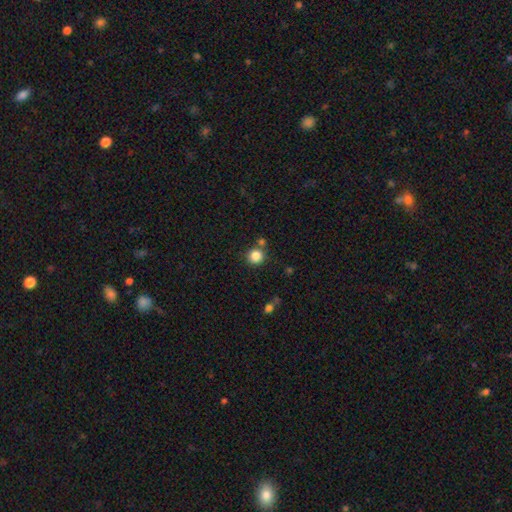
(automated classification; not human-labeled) smooth_or_featured: smooth (p=0.85) [alt: star or artifact p=0.11]
how_rounded: round (p=0.93) [alt: in between p=0.06]
merging: none (p=0.79) [alt: merger p=0.10]